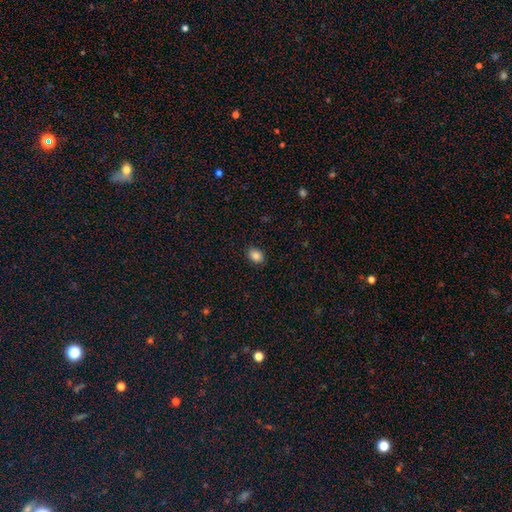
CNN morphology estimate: The model was most divided on "how rounded": in between: 72%, round: 27%, cigar-shaped: 1%. More confident: merging — none (88%); smooth or featured — smooth (86%).